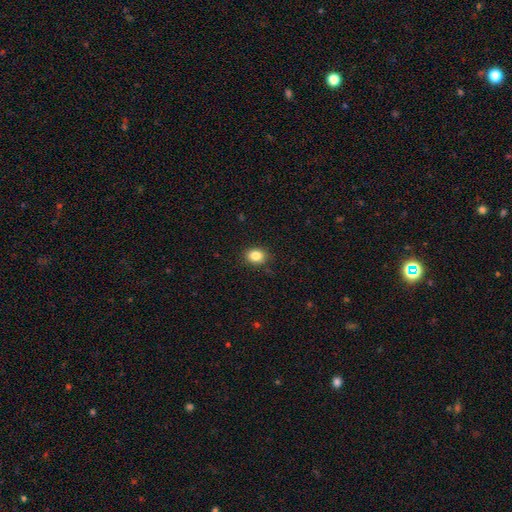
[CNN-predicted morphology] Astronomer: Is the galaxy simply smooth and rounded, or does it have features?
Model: smooth — 84%.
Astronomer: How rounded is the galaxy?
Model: in between — 54% (runner-up: round, 45%).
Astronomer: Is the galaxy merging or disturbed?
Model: none — 87%.